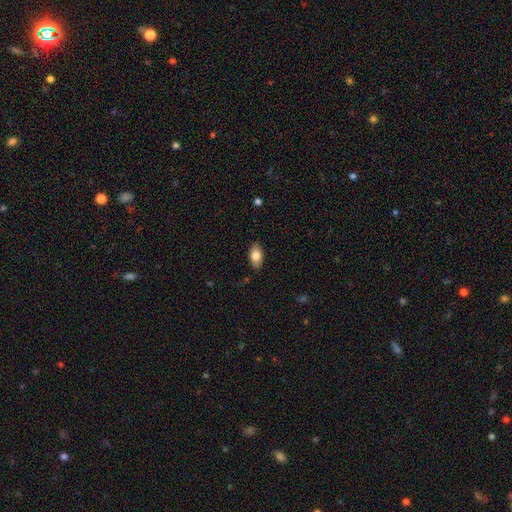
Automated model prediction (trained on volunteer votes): Smooth or featured? smooth (79%)
How rounded? in between (91%)
Merging? none (85%)